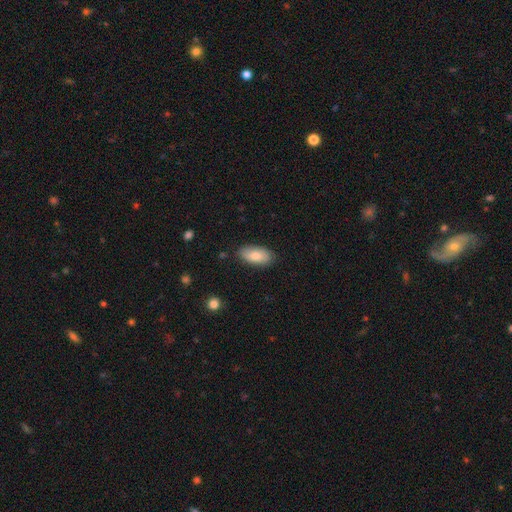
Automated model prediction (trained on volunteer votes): A smooth galaxy with no disk features (82%) that is in between round and cigar-shaped (92%). Merging: none (82%).